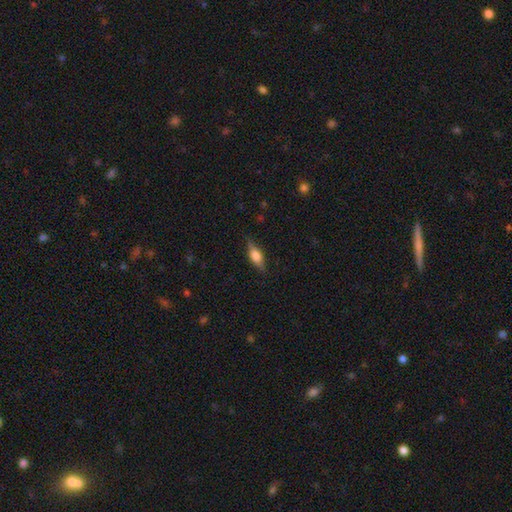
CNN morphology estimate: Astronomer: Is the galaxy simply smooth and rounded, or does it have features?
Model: featured or disk — 52% (runner-up: smooth, 40%).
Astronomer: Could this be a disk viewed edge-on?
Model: yes — 94%.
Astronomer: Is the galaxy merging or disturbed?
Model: none — 83%.